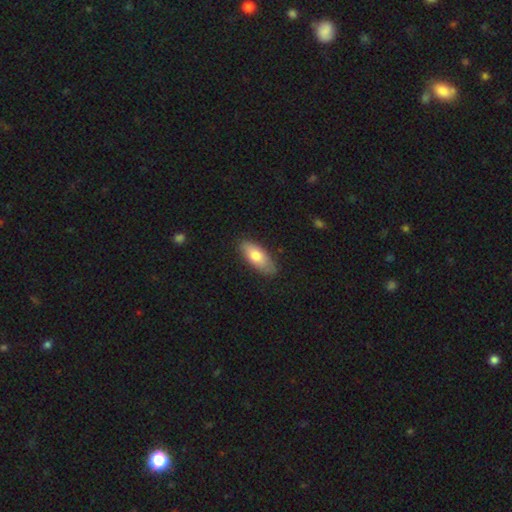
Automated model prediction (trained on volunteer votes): This is likely a smooth galaxy (75%). How rounded: clearly in between (81%). Merging: clearly none (81%).